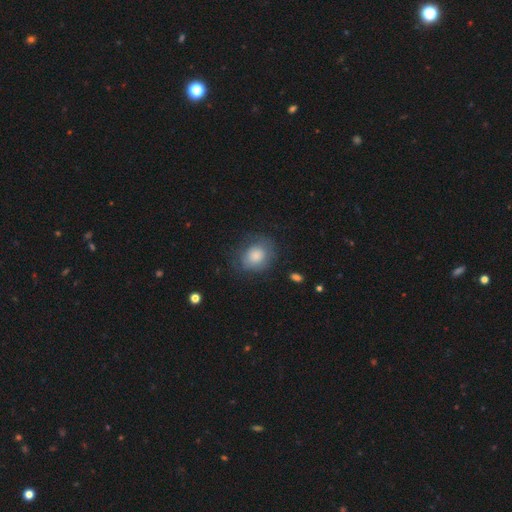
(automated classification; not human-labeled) Overall: smooth (78%). How rounded: round (67%; in between 32%). Merging: none (67%).